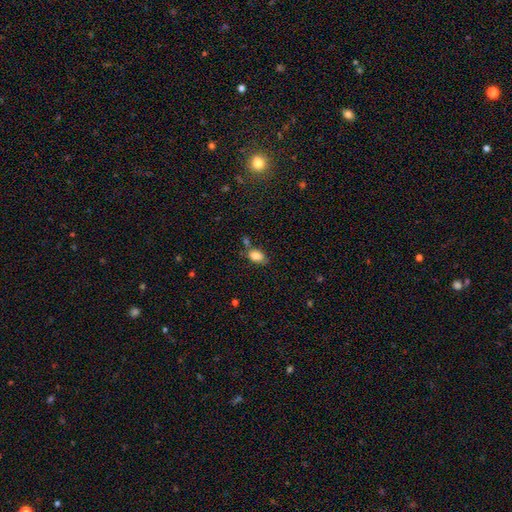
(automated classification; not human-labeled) Smooth or featured?
  - smooth: 83% *
  - star or artifact: 9%
  - featured or disk: 8%
How rounded?
  - in between: 87% *
  - round: 11%
  - cigar-shaped: 2%
Merging?
  - none: 59% *
  - minor disturbance: 21%
  - merger: 14%
  - major disturbance: 6%